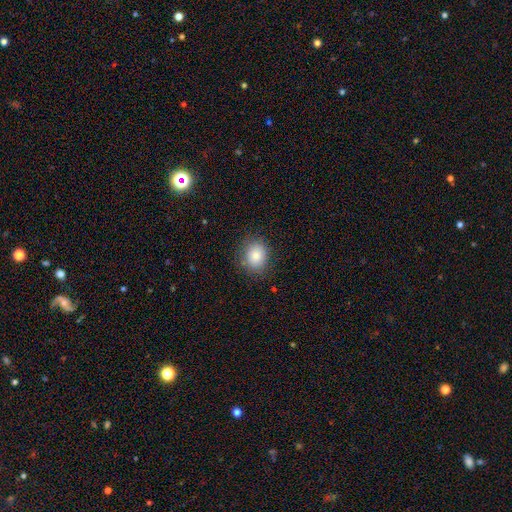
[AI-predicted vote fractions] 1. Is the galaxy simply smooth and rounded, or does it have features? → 83% smooth, 9% star or artifact, 7% featured or disk.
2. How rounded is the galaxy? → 63% round, 36% in between, 1% cigar-shaped.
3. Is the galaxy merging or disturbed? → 83% none, 13% minor disturbance, 4% major disturbance, 1% merger.